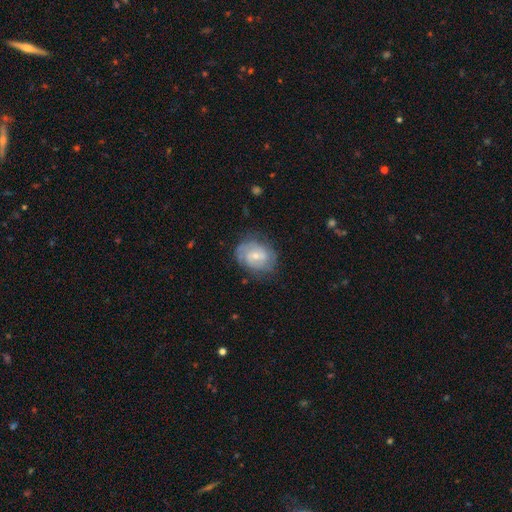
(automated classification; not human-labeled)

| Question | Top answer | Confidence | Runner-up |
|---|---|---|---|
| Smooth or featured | featured or disk | 66% | smooth (28%) |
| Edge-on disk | no | 97% | yes (3%) |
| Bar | no | 47% | weak (45%) |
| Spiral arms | yes | 84% | no (16%) |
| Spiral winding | tight | 47% | medium (39%) |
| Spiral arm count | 2 | 49% | can't tell (30%) |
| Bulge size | small | 55% | moderate (40%) |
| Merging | none | 70% | minor disturbance (20%) |